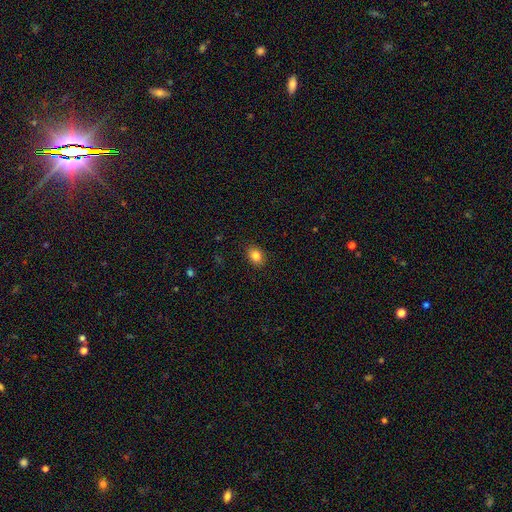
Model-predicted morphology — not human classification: This is clearly a smooth galaxy (85%). How rounded: likely in between (64%). Merging: clearly none (89%).